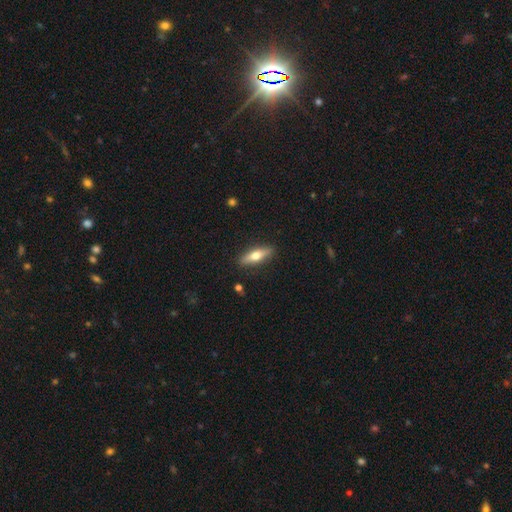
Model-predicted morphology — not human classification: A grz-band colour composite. It shows a smooth galaxy with no disk features (56%) that is cigar-shaped (57%). Merging: none (89%).